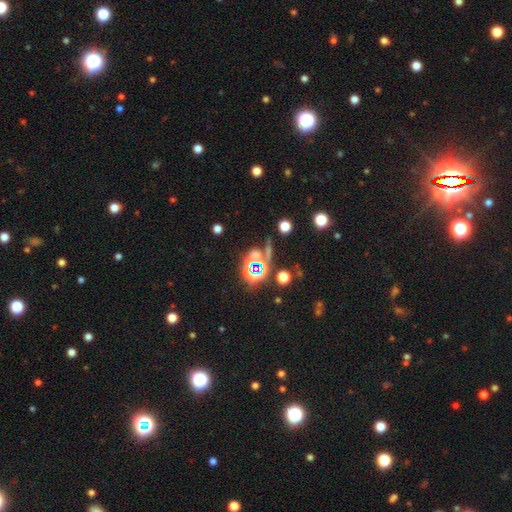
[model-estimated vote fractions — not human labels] The model was most divided on "smooth or featured": star or artifact: 60%, smooth: 27%, featured or disk: 13%.